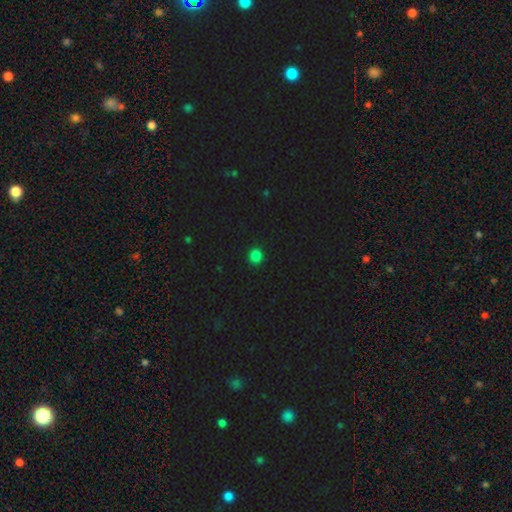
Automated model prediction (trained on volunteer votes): Smooth or featured: smooth — 84% (star or artifact — 14%)
How rounded: round — 90% (in between — 9%)
Merging: none — 93% (minor disturbance — 5%)